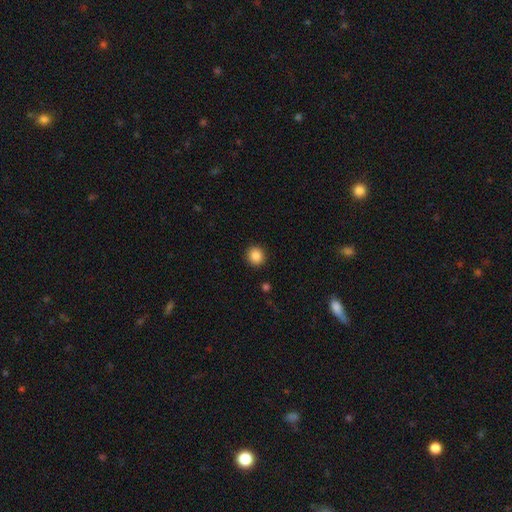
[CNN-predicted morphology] Smooth or featured? smooth (86%)
How rounded? round (92%)
Merging? none (92%)